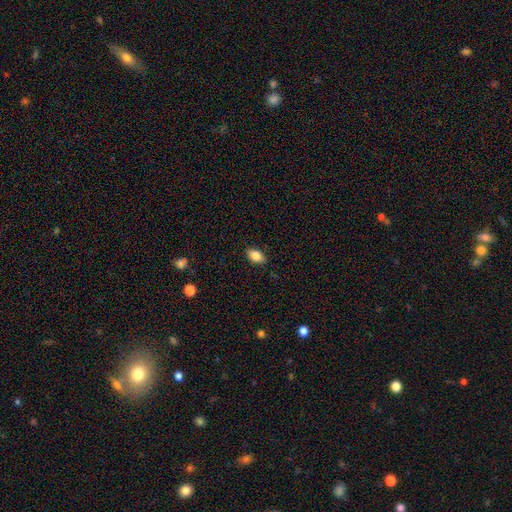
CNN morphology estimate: smooth-or-featured: smooth: 85% | star or artifact: 8% | featured or disk: 7%
  how-rounded: in between: 88% | round: 10% | cigar-shaped: 2%
  merging: none: 87% | minor disturbance: 10% | major disturbance: 2% | merger: 1%